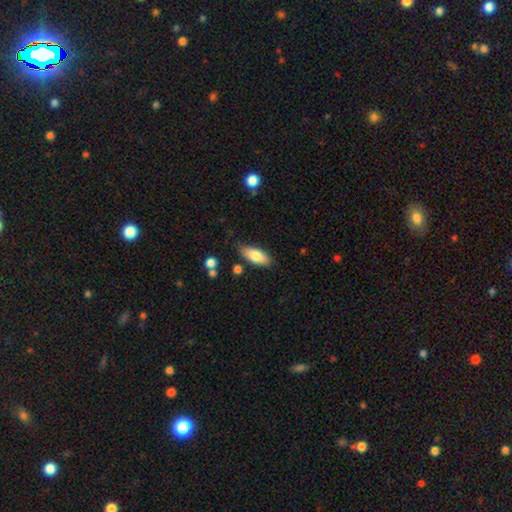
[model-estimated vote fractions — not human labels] smooth_or_featured: smooth (p=0.81) [alt: featured or disk p=0.13]
how_rounded: in between (p=0.79) [alt: cigar-shaped p=0.19]
merging: none (p=0.82) [alt: minor disturbance p=0.13]